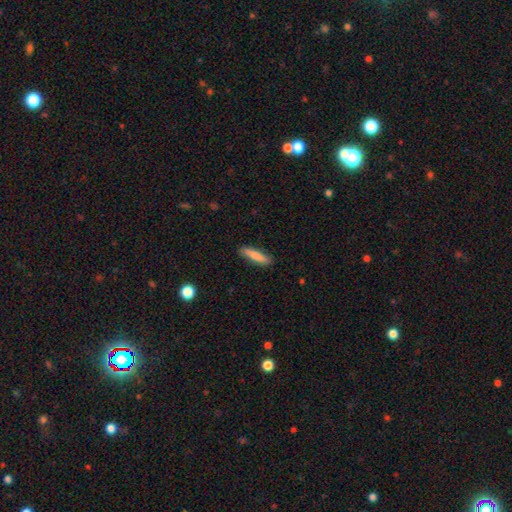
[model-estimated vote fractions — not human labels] smooth_or_featured: smooth (p=0.82) [alt: featured or disk p=0.12]
how_rounded: cigar-shaped (p=0.82) [alt: in between p=0.17]
merging: none (p=0.87) [alt: minor disturbance p=0.10]